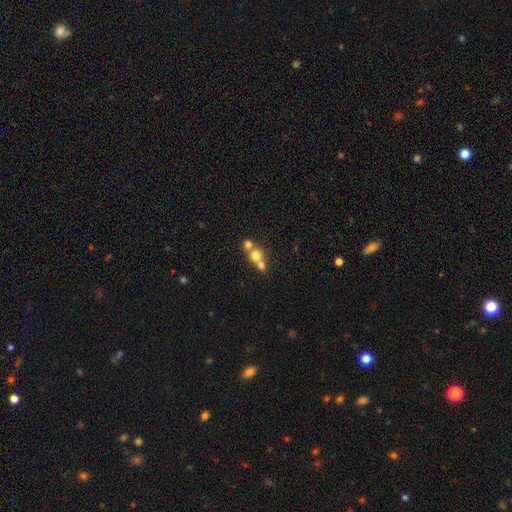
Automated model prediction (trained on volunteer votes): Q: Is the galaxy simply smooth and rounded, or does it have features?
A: smooth — 66%.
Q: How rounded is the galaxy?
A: round — 82%.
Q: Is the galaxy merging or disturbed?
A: merger — 59%.